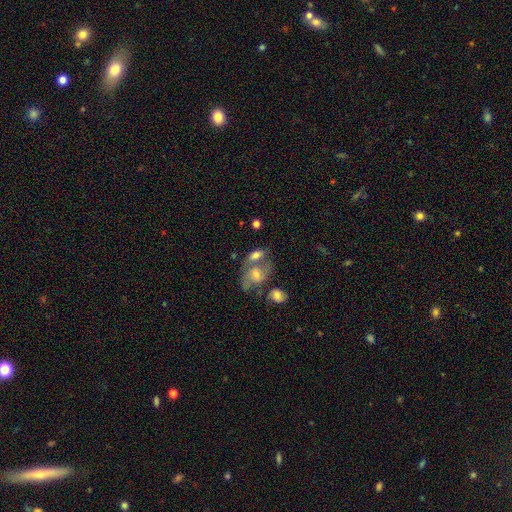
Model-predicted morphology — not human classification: Smooth or featured?
  - smooth: 61% *
  - featured or disk: 30%
  - star or artifact: 10%
How rounded?
  - in between: 82% *
  - round: 14%
  - cigar-shaped: 4%
Merging?
  - merger: 46% *
  - none: 34%
  - minor disturbance: 13%
  - major disturbance: 7%